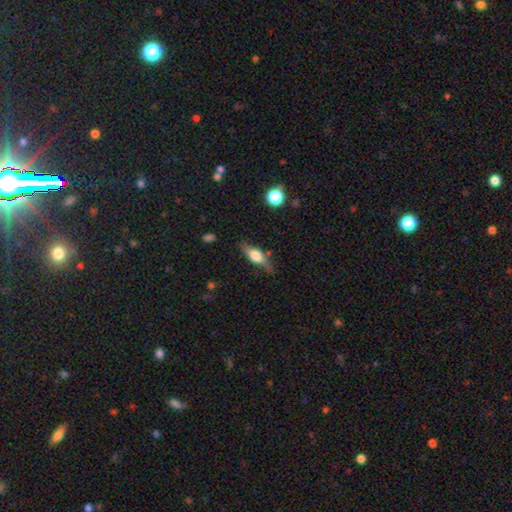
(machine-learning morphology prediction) The model was most divided on "smooth or featured": smooth: 52%, featured or disk: 41%, star or artifact: 7%. More confident: merging — none (74%); how rounded — in between (57%).